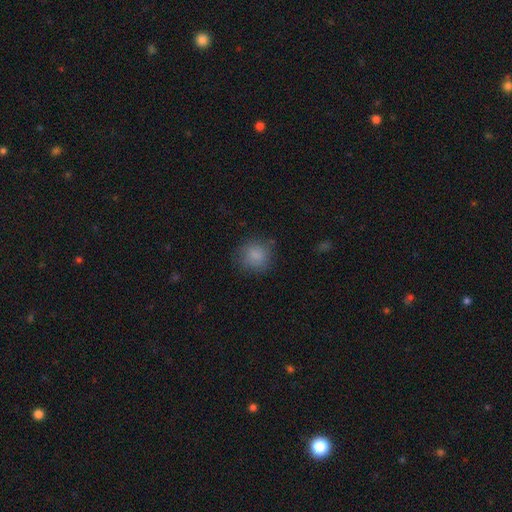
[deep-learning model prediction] smooth-or-featured: smooth: 84% | star or artifact: 9% | featured or disk: 7%
  how-rounded: round: 83% | in between: 16% | cigar-shaped: 1%
  merging: none: 77% | minor disturbance: 16% | major disturbance: 6% | merger: 2%